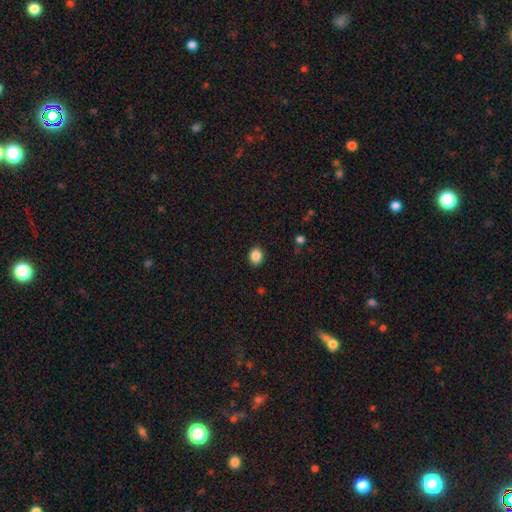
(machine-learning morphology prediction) Smooth or featured?
  - smooth: 87% *
  - star or artifact: 9%
  - featured or disk: 4%
How rounded?
  - round: 58% *
  - in between: 42%
  - cigar-shaped: 1%
Merging?
  - none: 89% *
  - minor disturbance: 8%
  - major disturbance: 2%
  - merger: 1%